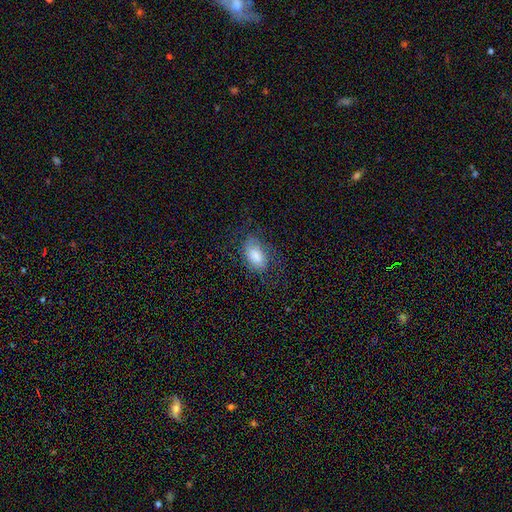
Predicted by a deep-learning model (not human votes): smooth-or-featured: smooth: 69% | featured or disk: 22% | star or artifact: 8%
  how-rounded: in between: 92% | round: 6% | cigar-shaped: 2%
  merging: none: 64% | minor disturbance: 20% | major disturbance: 15% | merger: 1%